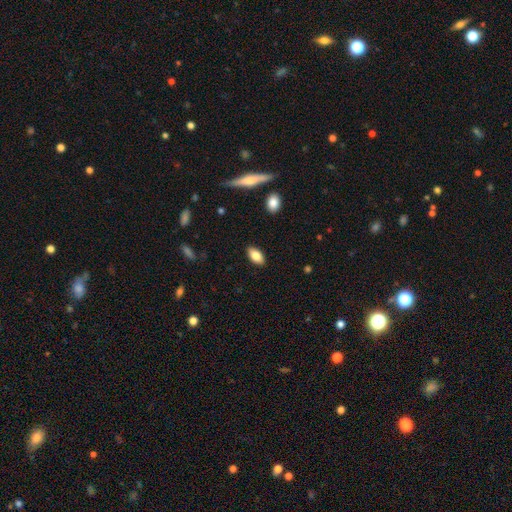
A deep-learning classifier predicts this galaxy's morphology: smooth 82%, featured or disk 11%, star or artifact 7%. Down the decision tree: how rounded — in between (92%); merging — none (89%).